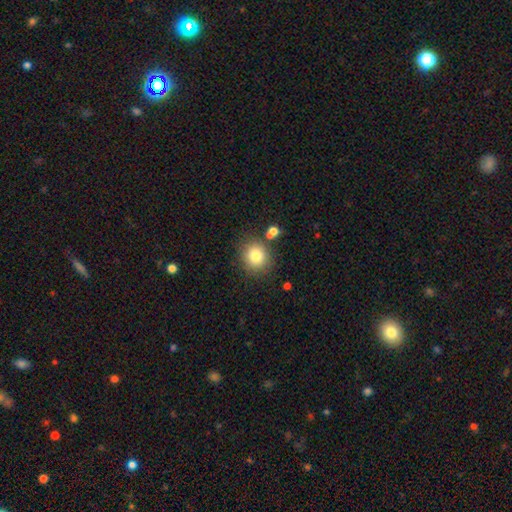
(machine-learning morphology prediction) smooth-or-featured: smooth: 81% | star or artifact: 11% | featured or disk: 8%
  how-rounded: round: 84% | in between: 16% | cigar-shaped: 1%
  merging: none: 78% | minor disturbance: 11% | merger: 8% | major disturbance: 3%